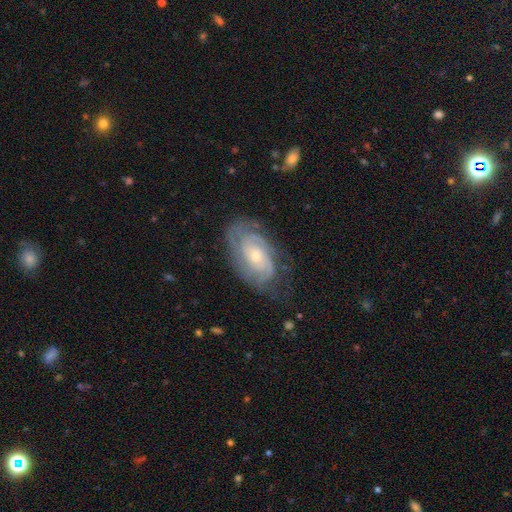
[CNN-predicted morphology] type=featured or disk (85%); edge-on=no (96%); bar=no (71%); spiral arms=yes (95%); winding=tight (67%); arm count=2 (34%); bulge=small (55%); merging=none (71%).